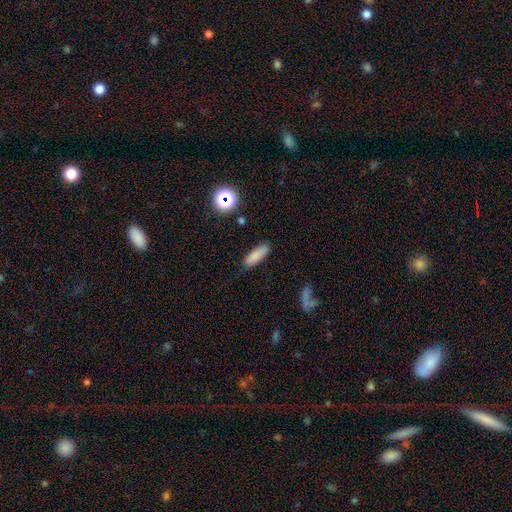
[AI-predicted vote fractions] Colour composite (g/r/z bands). It shows a smooth galaxy with no disk features (84%) that is in between round and cigar-shaped (56%). Merging: none (86%).